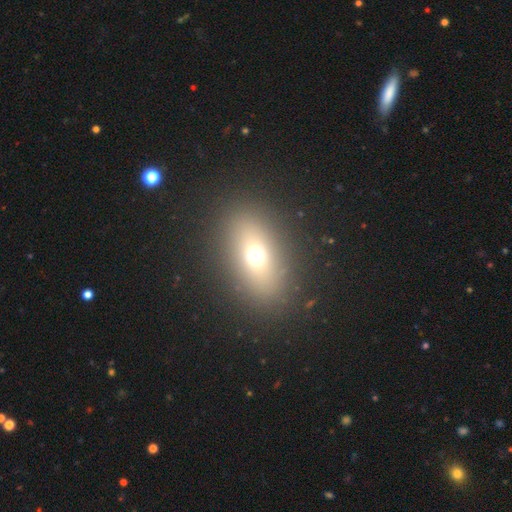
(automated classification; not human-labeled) Smooth or featured?
  - smooth: 64% *
  - featured or disk: 20%
  - star or artifact: 16%
How rounded?
  - in between: 73% *
  - round: 20%
  - cigar-shaped: 7%
Merging?
  - none: 87% *
  - minor disturbance: 8%
  - major disturbance: 4%
  - merger: 1%